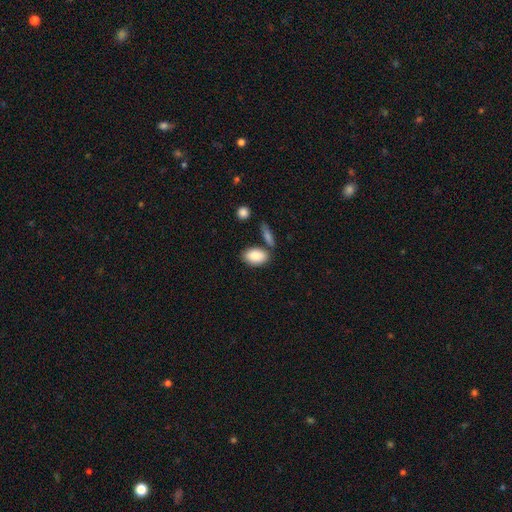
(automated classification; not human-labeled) smooth-or-featured: smooth: 88% | featured or disk: 6% | star or artifact: 6%
  how-rounded: in between: 92% | round: 6% | cigar-shaped: 2%
  merging: none: 69% | merger: 14% | minor disturbance: 14% | major disturbance: 4%